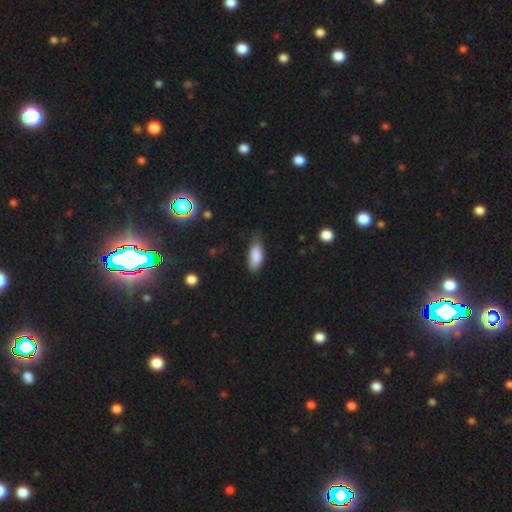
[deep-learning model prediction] Q: Smooth or featured?
A: smooth (86%); runner-up: featured or disk (8%)
Q: How rounded?
A: in between (81%); runner-up: cigar-shaped (17%)
Q: Merging?
A: none (68%); runner-up: minor disturbance (25%)